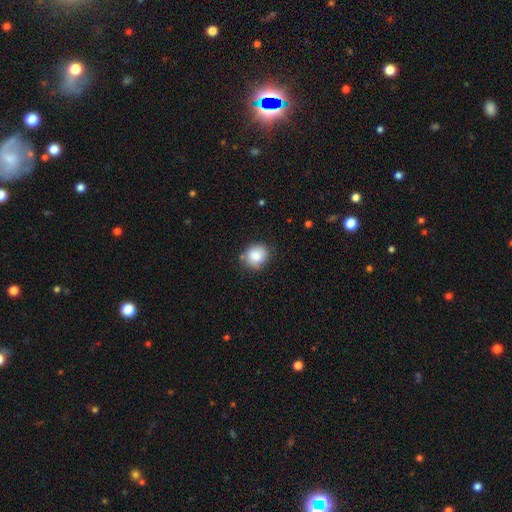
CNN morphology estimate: Smooth or featured: smooth — 85% (star or artifact — 8%)
How rounded: round — 77% (in between — 22%)
Merging: none — 78% (minor disturbance — 17%)